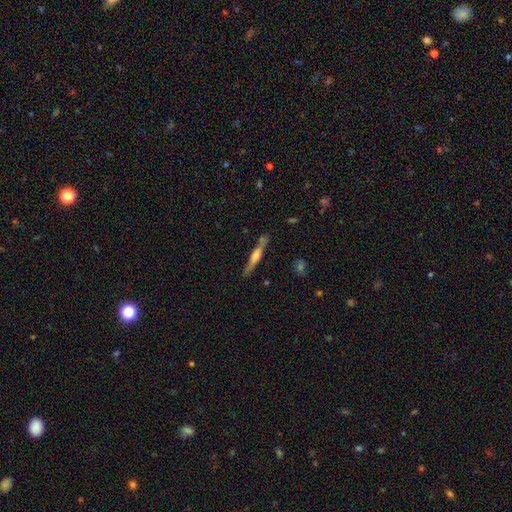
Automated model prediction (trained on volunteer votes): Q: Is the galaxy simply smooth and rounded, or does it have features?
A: featured or disk — 62%.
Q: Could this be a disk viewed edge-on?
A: yes — 96%.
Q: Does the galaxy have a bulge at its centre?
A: rounded — 77%.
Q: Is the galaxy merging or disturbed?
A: none — 80%.